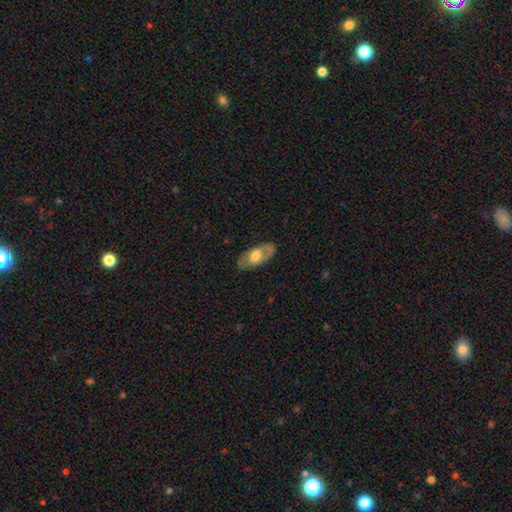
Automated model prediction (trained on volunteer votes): Smooth or featured? featured or disk (48%)
Merging? none (79%)